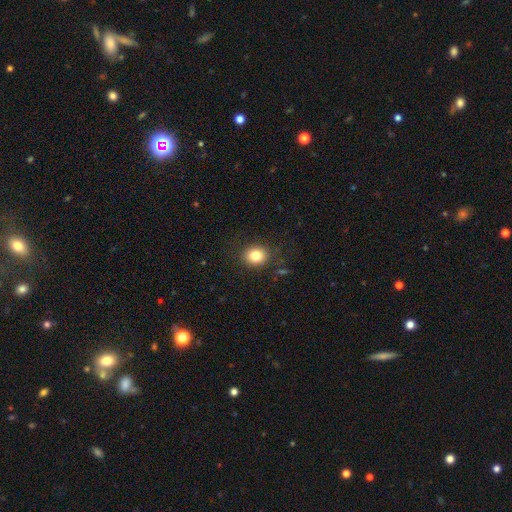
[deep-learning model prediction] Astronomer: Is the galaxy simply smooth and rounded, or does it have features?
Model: smooth — 81%.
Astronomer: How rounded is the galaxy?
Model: round — 70%.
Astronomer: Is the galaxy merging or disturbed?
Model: none — 88%.